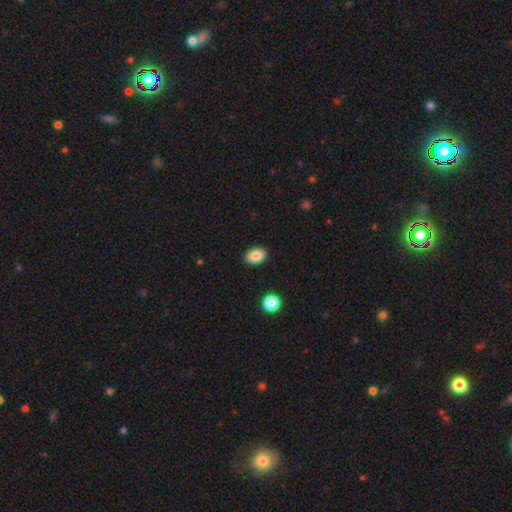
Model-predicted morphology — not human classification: type=smooth (86%); roundness=in between (83%); merging=none (89%).